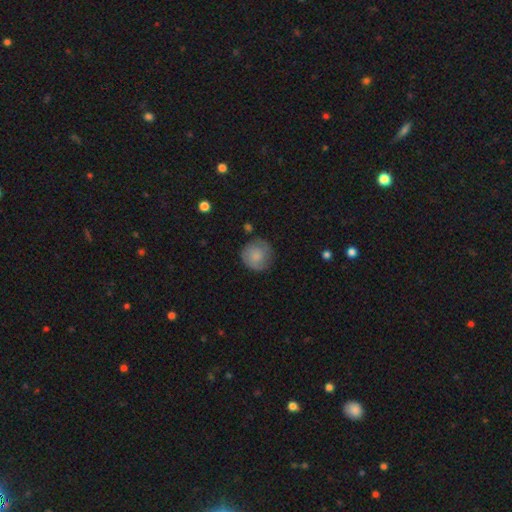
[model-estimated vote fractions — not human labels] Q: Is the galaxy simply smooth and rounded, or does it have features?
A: smooth — 63%.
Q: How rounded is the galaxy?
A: round — 91%.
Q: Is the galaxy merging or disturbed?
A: none — 73%.